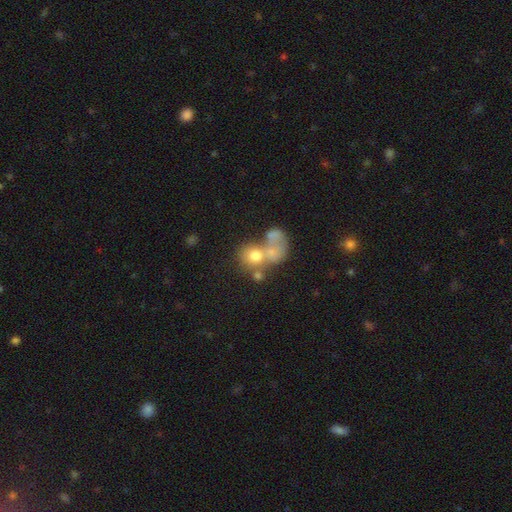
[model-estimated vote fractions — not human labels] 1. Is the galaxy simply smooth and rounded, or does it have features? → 63% smooth, 25% featured or disk, 12% star or artifact.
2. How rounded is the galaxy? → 64% round, 35% in between, 1% cigar-shaped.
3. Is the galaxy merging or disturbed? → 61% merger, 21% none, 11% major disturbance, 8% minor disturbance.